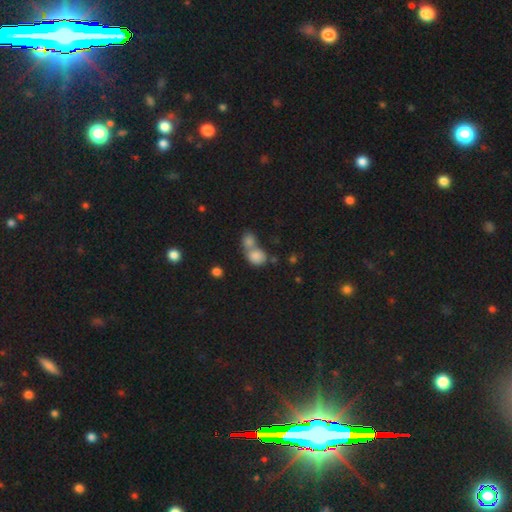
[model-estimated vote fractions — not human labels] The model was most divided on "how rounded": round: 56%, in between: 43%, cigar-shaped: 1%. More confident: smooth or featured — smooth (82%); merging — merger (63%).